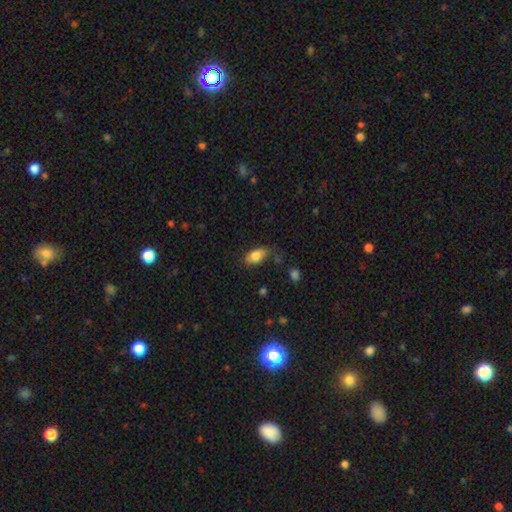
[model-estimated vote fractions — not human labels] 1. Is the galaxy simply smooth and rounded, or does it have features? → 80% smooth, 13% featured or disk, 7% star or artifact.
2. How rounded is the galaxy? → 91% in between, 5% round, 4% cigar-shaped.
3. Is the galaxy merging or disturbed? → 69% none, 22% minor disturbance, 6% major disturbance, 3% merger.